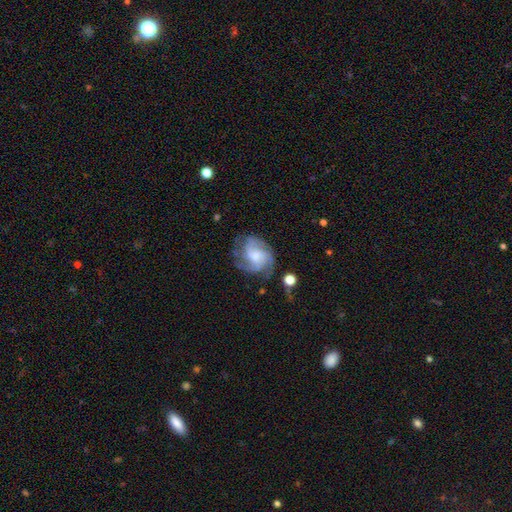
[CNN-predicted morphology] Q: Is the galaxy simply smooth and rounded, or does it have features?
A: featured or disk — 77%.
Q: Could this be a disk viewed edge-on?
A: no — 98%.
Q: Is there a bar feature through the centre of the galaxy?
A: no — 63%.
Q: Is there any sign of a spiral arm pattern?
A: yes — 94%.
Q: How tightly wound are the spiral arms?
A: medium — 46%.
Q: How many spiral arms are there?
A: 3 — 35%.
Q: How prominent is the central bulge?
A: moderate — 43%.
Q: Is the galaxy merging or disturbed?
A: none — 65%.